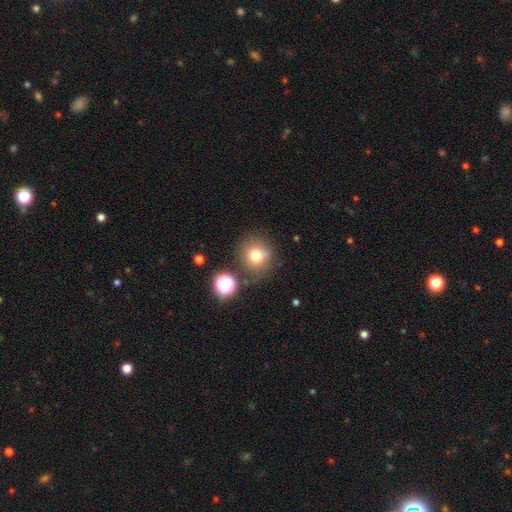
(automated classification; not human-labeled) smooth 74%, star or artifact 15%, featured or disk 11%. Down the decision tree: how rounded — round (87%); merging — none (75%).